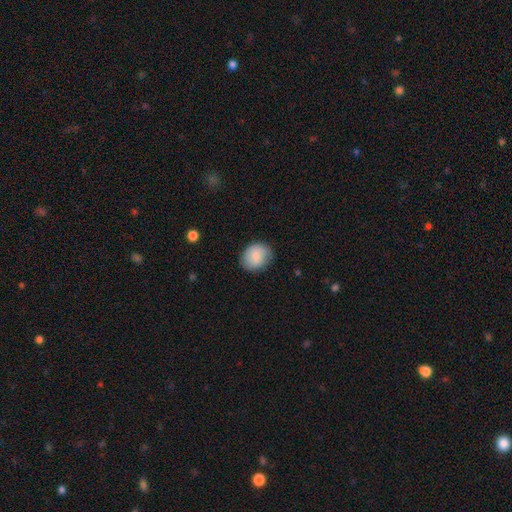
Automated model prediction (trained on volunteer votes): This appears to be a smooth galaxy with no disk features (82%) that is round (63%). Merging: none (82%).